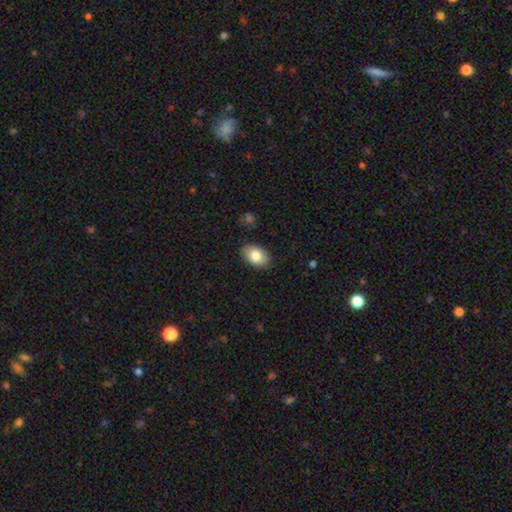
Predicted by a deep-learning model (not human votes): Morphology: type=smooth (84%); roundness=in between (90%); merging=none (88%).